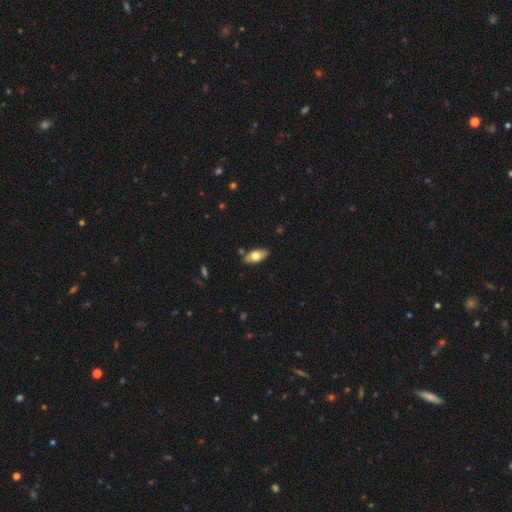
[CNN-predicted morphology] type=smooth (67%); roundness=in between (87%); merging=none (84%).